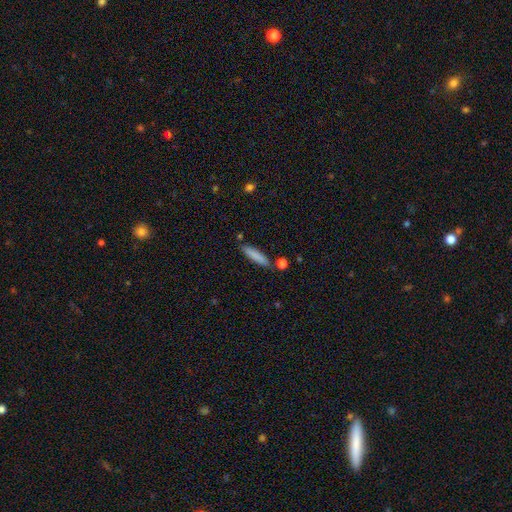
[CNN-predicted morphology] This appears to be a smooth galaxy with no disk features (83%) that is cigar-shaped (85%). Merging: none (82%).